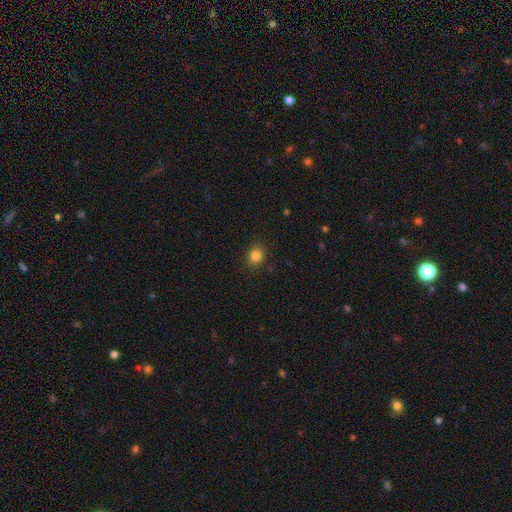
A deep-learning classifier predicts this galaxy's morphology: A smooth galaxy with no disk features (83%) that is round (77%).

Vote fractions:
- Smooth or featured? smooth: 83% / star or artifact: 12% / featured or disk: 5%
- How rounded? round: 77% / in between: 22% / cigar-shaped: 1%
- Merging? none: 88% / minor disturbance: 9% / major disturbance: 2% / merger: 1%